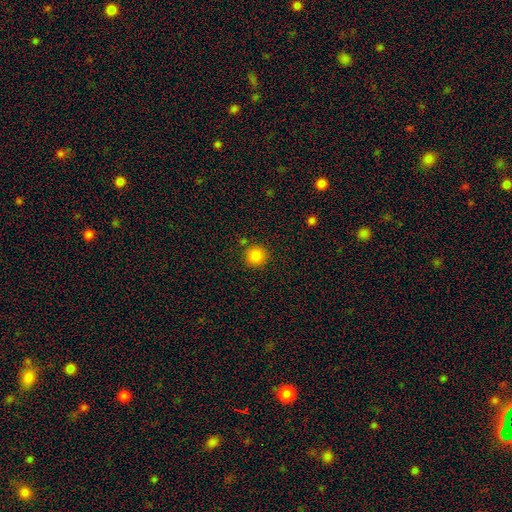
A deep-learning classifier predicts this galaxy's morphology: smooth_or_featured: smooth (p=0.86) [alt: star or artifact p=0.11]
how_rounded: round (p=0.94) [alt: in between p=0.05]
merging: none (p=0.87) [alt: minor disturbance p=0.07]